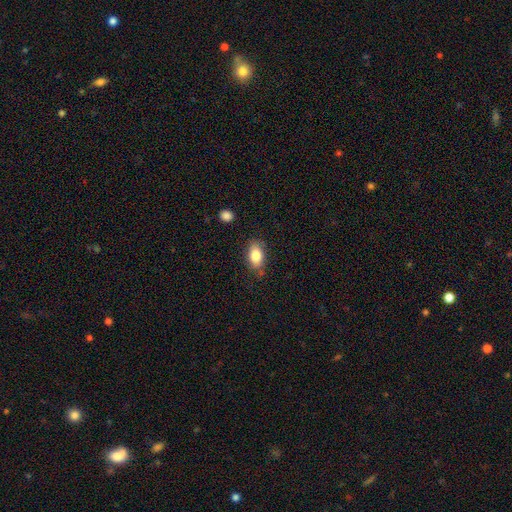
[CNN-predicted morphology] Smooth or featured? smooth (82%)
How rounded? in between (88%)
Merging? none (76%)